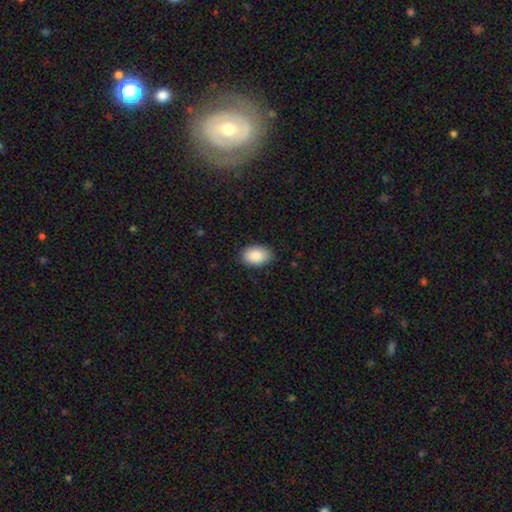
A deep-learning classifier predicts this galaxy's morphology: The model was most divided on "merging": none: 84%, minor disturbance: 13%, major disturbance: 2%, merger: 1%. More confident: how rounded — in between (89%); smooth or featured — smooth (89%).